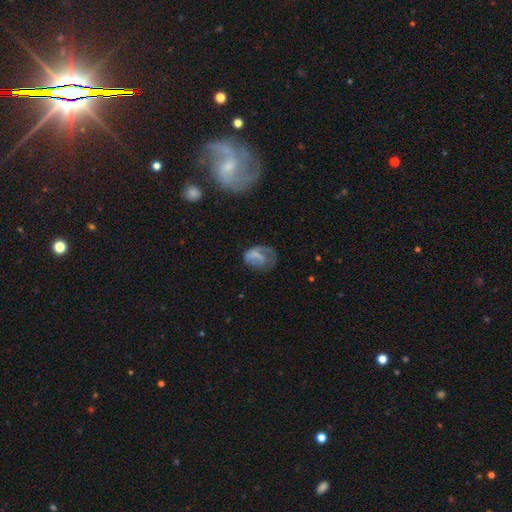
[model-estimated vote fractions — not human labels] Overall: smooth (47%; featured or disk 43%). Merging: major disturbance (38%; none 33%).